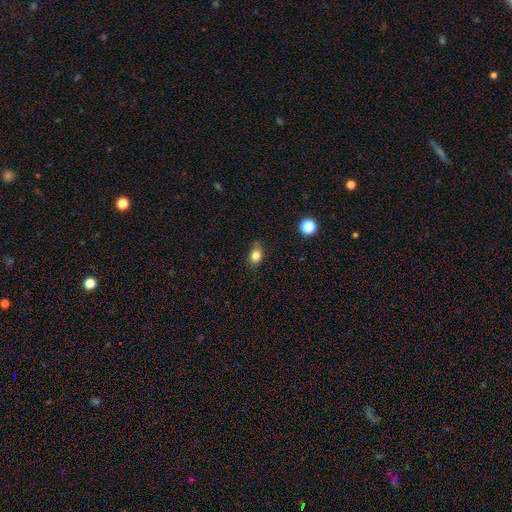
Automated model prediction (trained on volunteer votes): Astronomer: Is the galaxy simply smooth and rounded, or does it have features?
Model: smooth — 81%.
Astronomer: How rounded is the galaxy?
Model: in between — 73%.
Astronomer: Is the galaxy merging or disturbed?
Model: none — 73%.